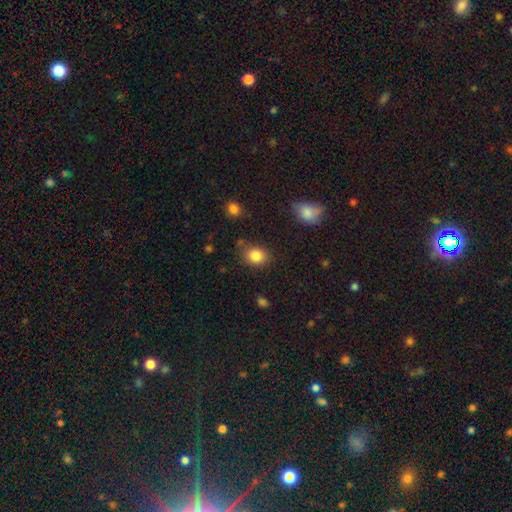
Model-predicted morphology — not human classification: This is clearly a smooth galaxy (85%). How rounded: possibly round (54%). Merging: likely none (79%).